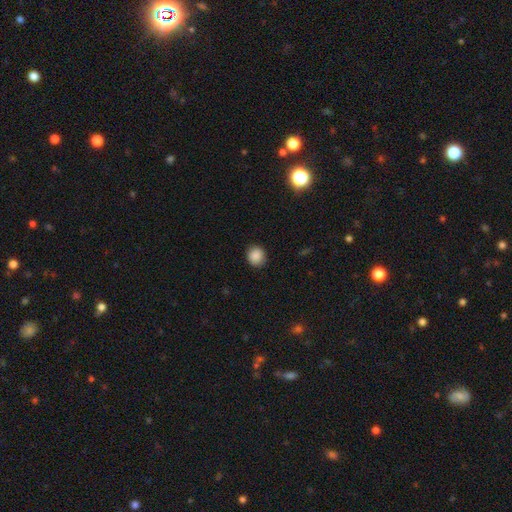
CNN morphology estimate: type=smooth (88%); roundness=round (81%); merging=none (88%).